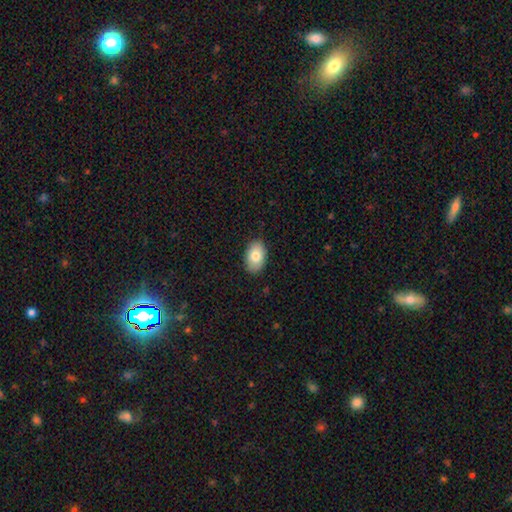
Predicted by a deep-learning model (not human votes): Overall: smooth (81%). How rounded: in between (91%). Merging: none (86%).